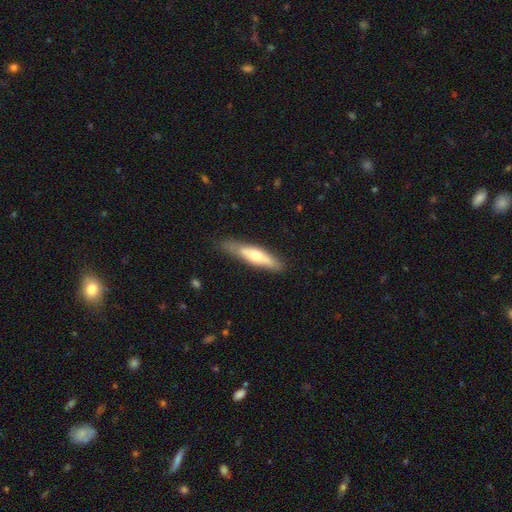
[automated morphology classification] This appears to be a smooth galaxy with no disk features (48%). Merging: none (76%).